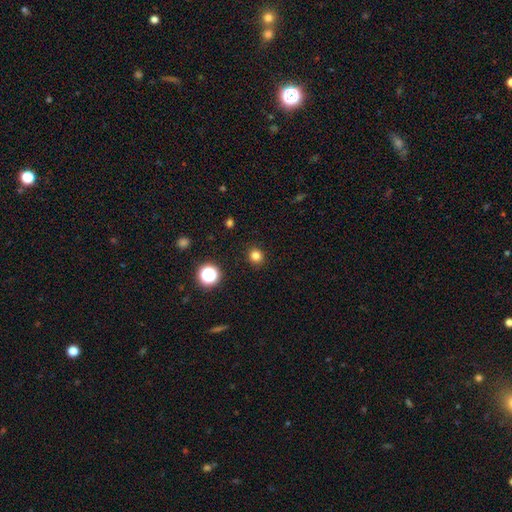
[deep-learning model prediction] A smooth galaxy with no disk features (81%) that is round (90%).

Vote fractions:
- Smooth or featured? smooth: 81% / star or artifact: 14% / featured or disk: 4%
- How rounded? round: 90% / in between: 9% / cigar-shaped: 1%
- Merging? none: 91% / minor disturbance: 6% / major disturbance: 2% / merger: 1%